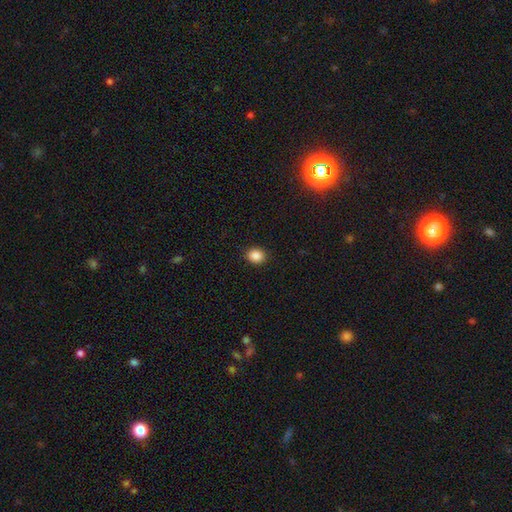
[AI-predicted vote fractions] Q: Smooth or featured?
A: smooth (87%); runner-up: star or artifact (10%)
Q: How rounded?
A: round (68%); runner-up: in between (31%)
Q: Merging?
A: none (91%); runner-up: minor disturbance (6%)